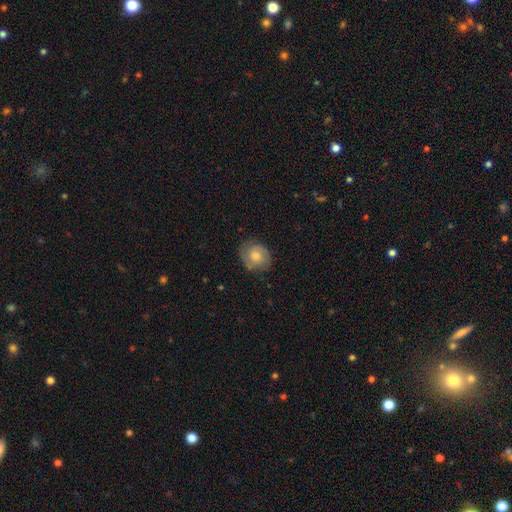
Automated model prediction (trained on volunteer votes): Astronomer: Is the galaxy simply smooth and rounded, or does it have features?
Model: featured or disk — 49% (runner-up: smooth, 42%).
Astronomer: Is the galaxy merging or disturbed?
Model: none — 77%.